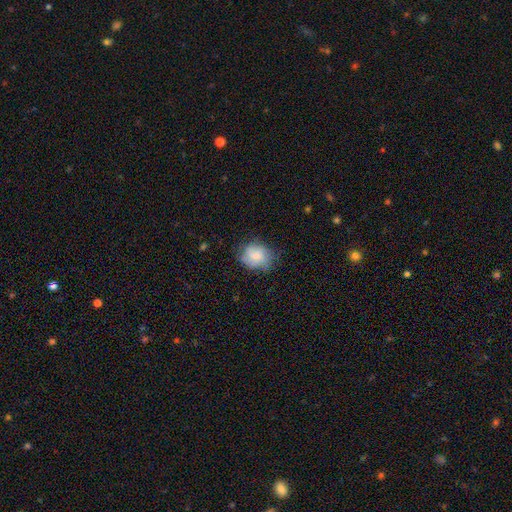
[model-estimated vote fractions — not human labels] This is likely a smooth galaxy (74%). How rounded: possibly round (58%). Merging: likely none (62%).